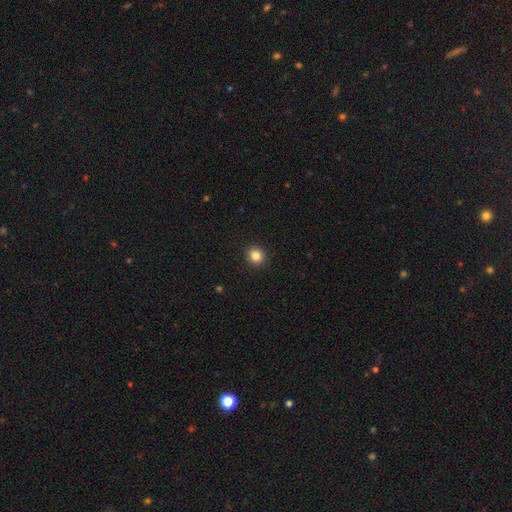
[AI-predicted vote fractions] This is clearly a smooth galaxy (84%). How rounded: clearly round (88%). Merging: clearly none (93%).